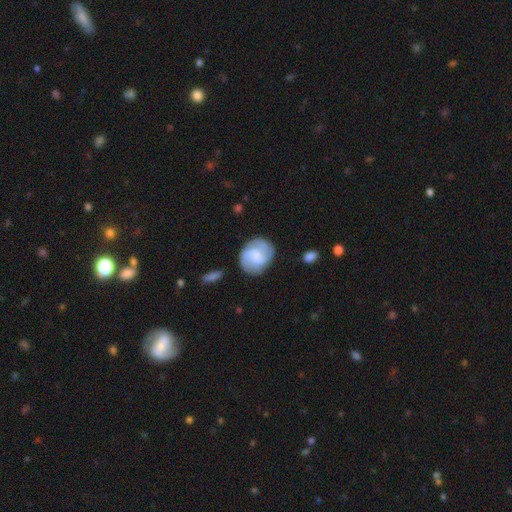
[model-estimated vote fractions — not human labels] A featured or disk galaxy (57%) with a weak bar (53%), spiral arms (89%) and a small central bulge (32%). Merging: none (76%).